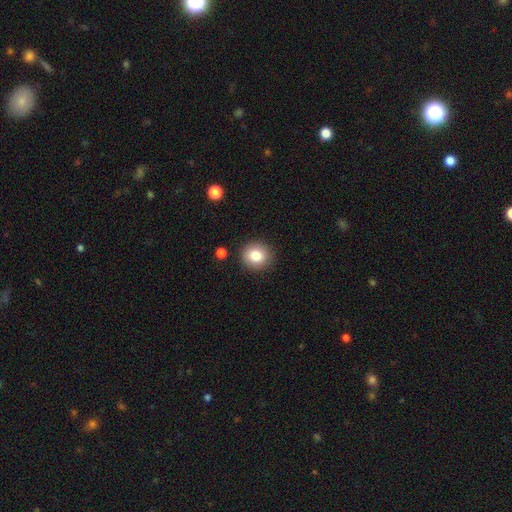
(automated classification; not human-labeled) A smooth galaxy with no disk features (82%) that is round (87%).

Vote fractions:
- Smooth or featured? smooth: 82% / star or artifact: 10% / featured or disk: 8%
- How rounded? round: 87% / in between: 12% / cigar-shaped: 1%
- Merging? none: 88% / minor disturbance: 7% / major disturbance: 2% / merger: 2%